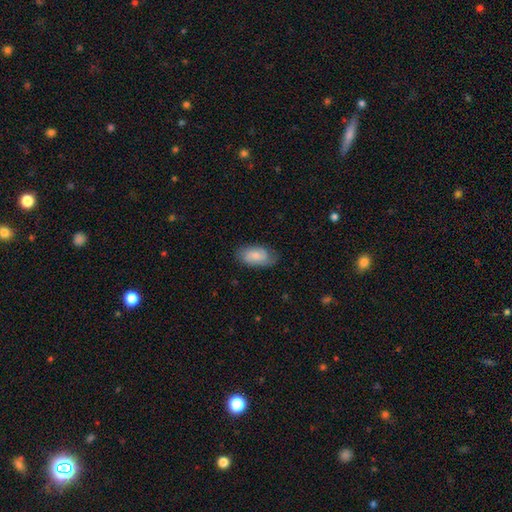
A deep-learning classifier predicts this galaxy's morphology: A smooth galaxy with no disk features (69%) that is in between round and cigar-shaped (93%).

Vote fractions:
- Smooth or featured? smooth: 69% / featured or disk: 25% / star or artifact: 6%
- How rounded? in between: 93% / round: 5% / cigar-shaped: 3%
- Merging? none: 75% / minor disturbance: 20% / major disturbance: 5% / merger: 1%